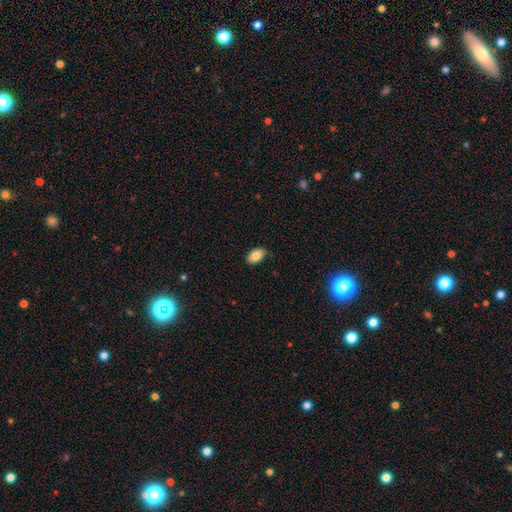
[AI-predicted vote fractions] A smooth galaxy with no disk features (83%) that is in between round and cigar-shaped (92%).

Vote fractions:
- Smooth or featured? smooth: 83% / featured or disk: 10% / star or artifact: 8%
- How rounded? in between: 92% / round: 7% / cigar-shaped: 1%
- Merging? none: 84% / minor disturbance: 13% / major disturbance: 2% / merger: 1%